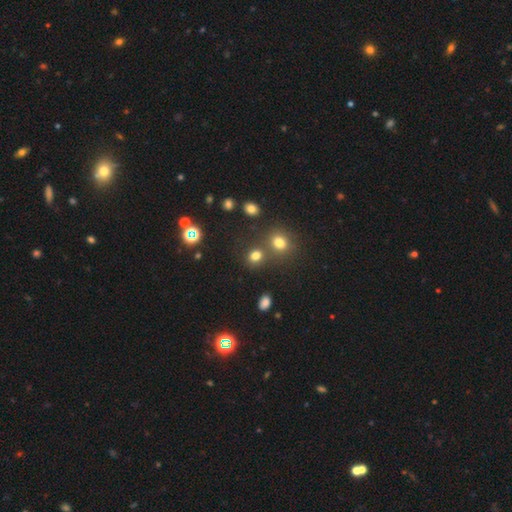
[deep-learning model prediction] A smooth galaxy with no disk features (73%) that is round (72%).

Vote fractions:
- Smooth or featured? smooth: 73% / star or artifact: 19% / featured or disk: 7%
- How rounded? round: 72% / in between: 26% / cigar-shaped: 1%
- Merging? none: 62% / merger: 24% / minor disturbance: 9% / major disturbance: 5%